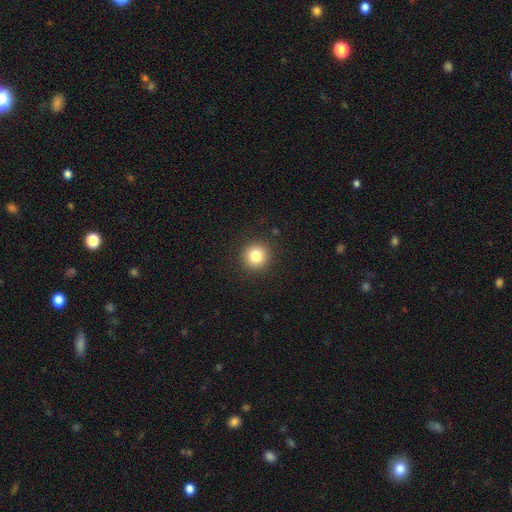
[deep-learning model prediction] Q: Smooth or featured?
A: smooth (82%); runner-up: star or artifact (11%)
Q: How rounded?
A: round (95%); runner-up: in between (4%)
Q: Merging?
A: none (91%); runner-up: minor disturbance (6%)